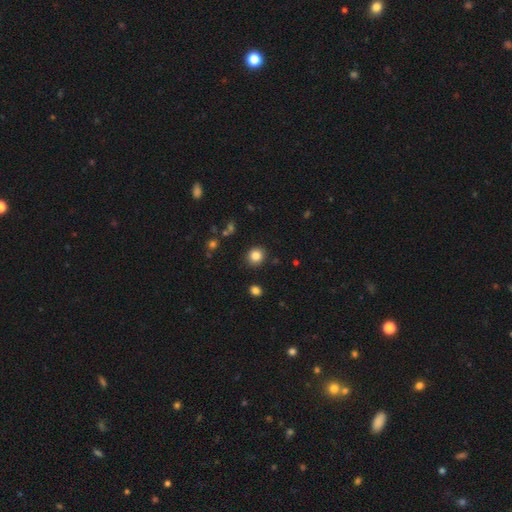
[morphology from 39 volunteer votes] This is clearly a smooth galaxy (87%). How rounded: likely round (79%). Merging: clearly none (89%).